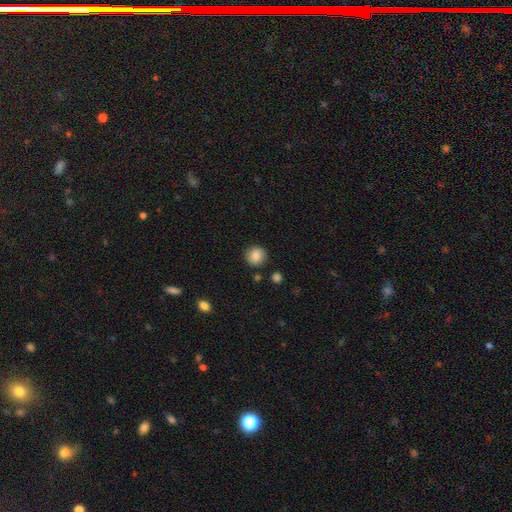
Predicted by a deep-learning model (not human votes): smooth 86%, star or artifact 9%, featured or disk 5%. Down the decision tree: how rounded — round (91%); merging — none (88%).